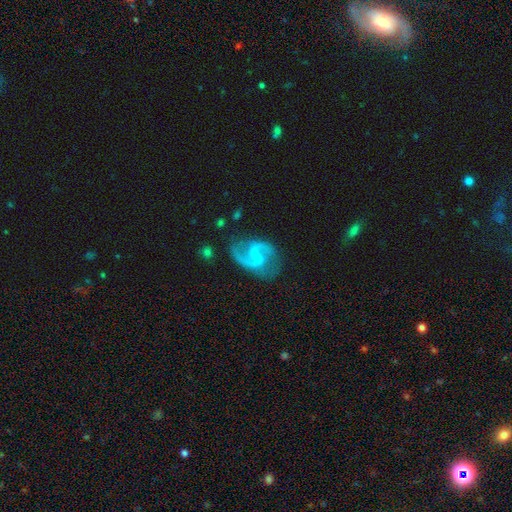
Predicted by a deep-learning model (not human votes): Smooth or featured? Predicted: featured or disk (p=0.91). Edge-on disk? Predicted: no (p=0.98). Bar? Predicted: weak (p=0.55). Spiral arms? Predicted: yes (p=0.97). Spiral winding? Predicted: medium (p=0.57). Spiral arm count? Predicted: 2 (p=0.93). Bulge size? Predicted: small (p=0.62). Merging? Predicted: none (p=0.75).